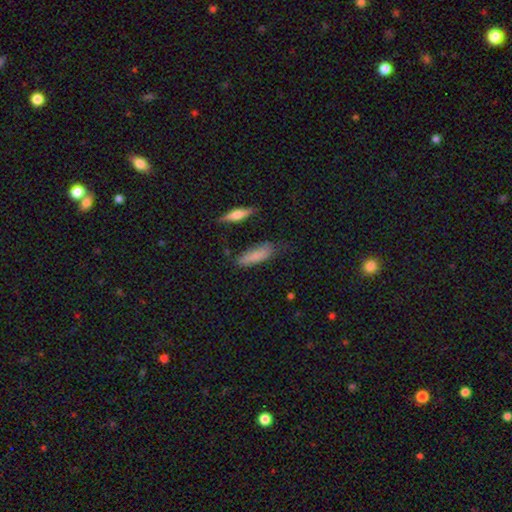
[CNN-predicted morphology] smooth-or-featured: smooth: 80% | featured or disk: 12% | star or artifact: 7%
  how-rounded: in between: 53% | cigar-shaped: 45% | round: 2%
  merging: none: 64% | minor disturbance: 25% | major disturbance: 6% | merger: 4%